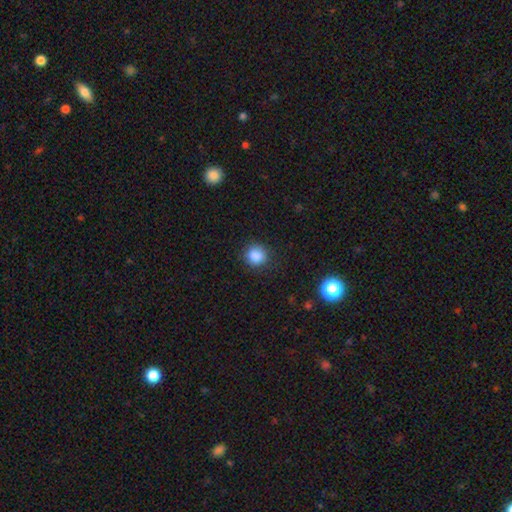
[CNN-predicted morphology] Smooth or featured? smooth (86%)
How rounded? round (89%)
Merging? none (85%)